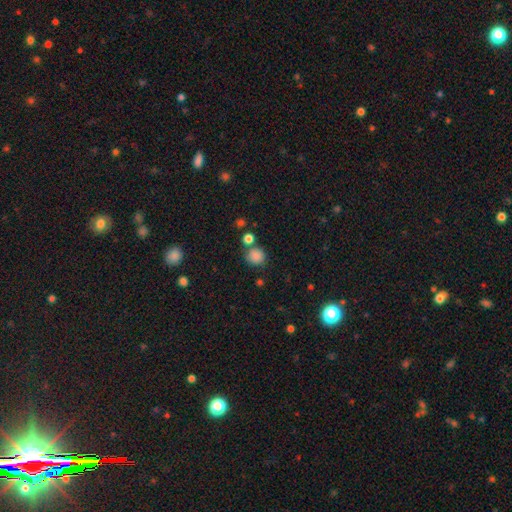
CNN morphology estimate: Smooth or featured? smooth (85%)
How rounded? round (87%)
Merging? none (72%)